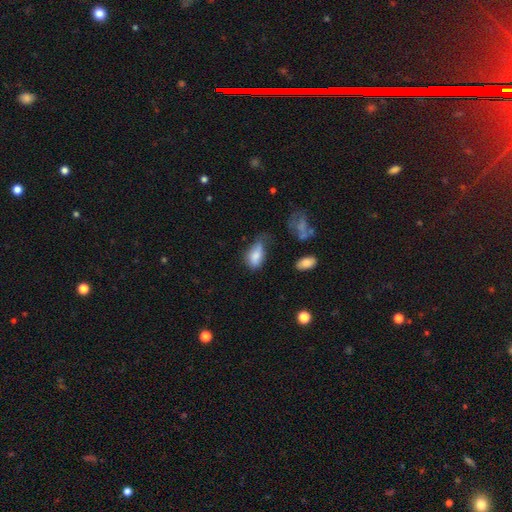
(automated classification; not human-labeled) smooth_or_featured: smooth (p=0.79) [alt: featured or disk p=0.13]
how_rounded: in between (p=0.89) [alt: round p=0.06]
merging: minor disturbance (p=0.40) [alt: none p=0.35]